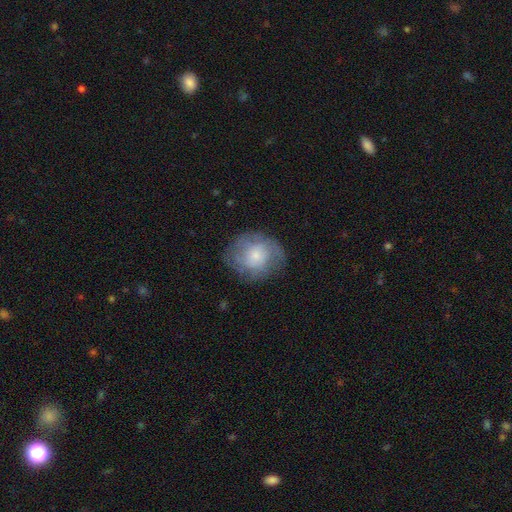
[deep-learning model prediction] Smooth or featured?
  - featured or disk: 48% *
  - smooth: 44%
  - star or artifact: 8%
Merging?
  - none: 69% *
  - minor disturbance: 20%
  - major disturbance: 11%
  - merger: 1%